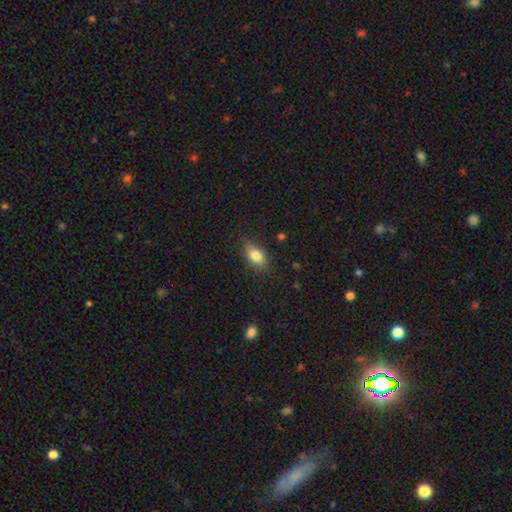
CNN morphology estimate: type=smooth (82%); roundness=in between (86%); merging=none (81%).